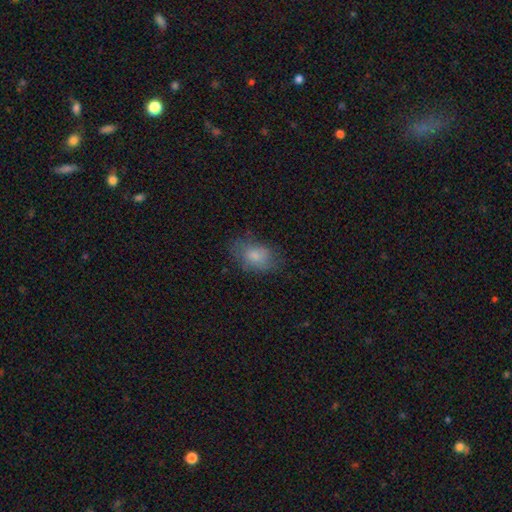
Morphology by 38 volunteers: This is likely a smooth galaxy (79%). How rounded: clearly in between (97%). Merging: likely none (71%).